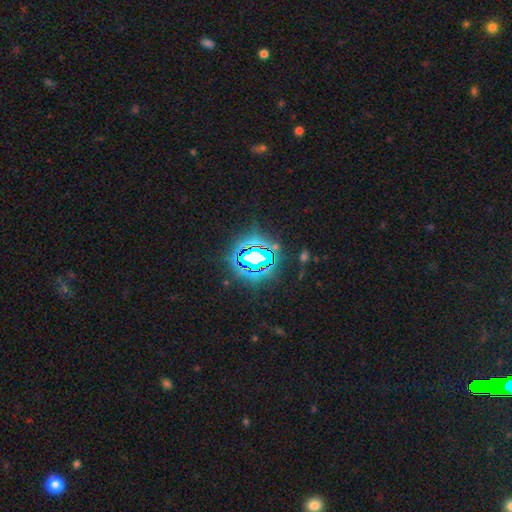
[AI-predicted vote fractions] A star or artifact, not a galaxy (75%).